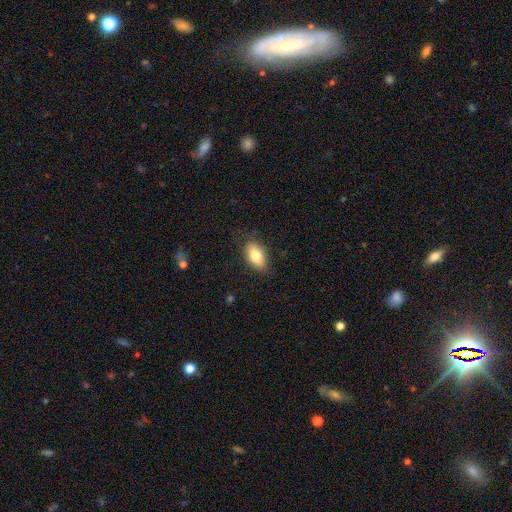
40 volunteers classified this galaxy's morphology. Overall: smooth (75%). How rounded: in between (90%). Merging: none (72%).